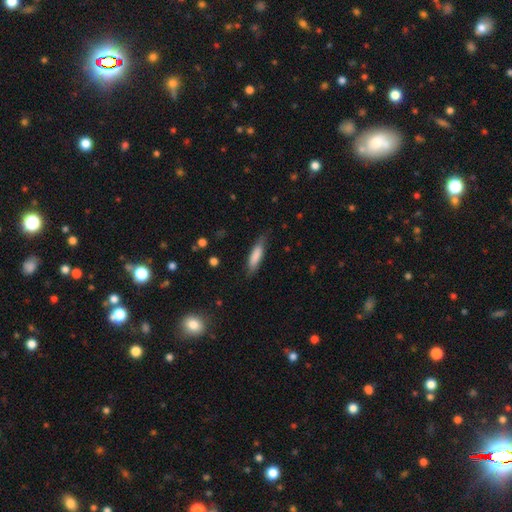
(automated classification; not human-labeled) Smooth or featured? Predicted: smooth (p=0.80). How rounded? Predicted: cigar-shaped (p=0.68). Merging? Predicted: none (p=0.78).